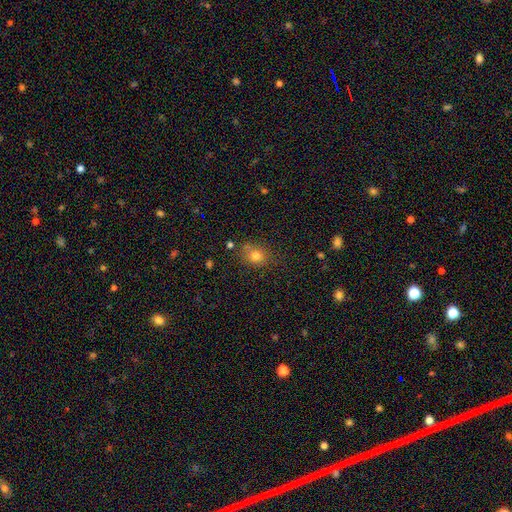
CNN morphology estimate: smooth 76%, star or artifact 16%, featured or disk 9%. Down the decision tree: how rounded — round (59%); merging — none (71%).